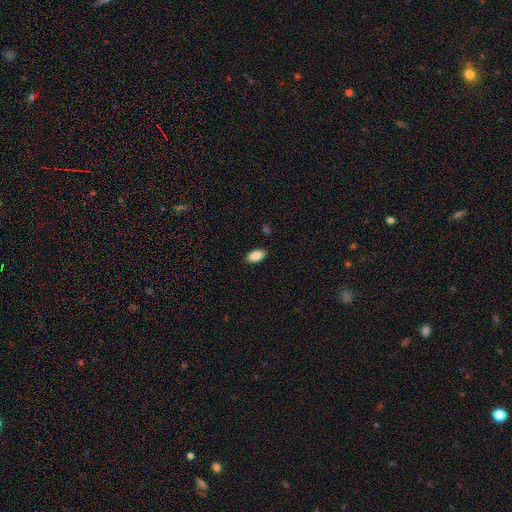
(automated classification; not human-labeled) Q: Smooth or featured?
A: smooth (88%); runner-up: star or artifact (7%)
Q: How rounded?
A: in between (93%); runner-up: cigar-shaped (3%)
Q: Merging?
A: none (88%); runner-up: minor disturbance (9%)